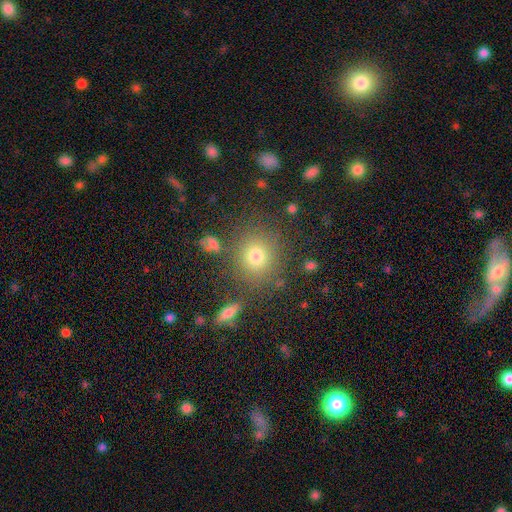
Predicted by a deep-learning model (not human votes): smooth 68%, star or artifact 22%, featured or disk 10%. Down the decision tree: how rounded — round (85%); merging — none (83%).